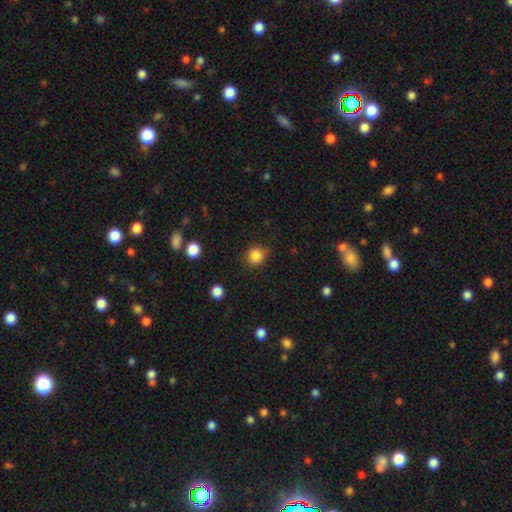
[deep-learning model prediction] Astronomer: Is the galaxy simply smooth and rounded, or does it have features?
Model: smooth — 85%.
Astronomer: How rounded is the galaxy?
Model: round — 91%.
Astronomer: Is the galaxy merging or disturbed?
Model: none — 82%.